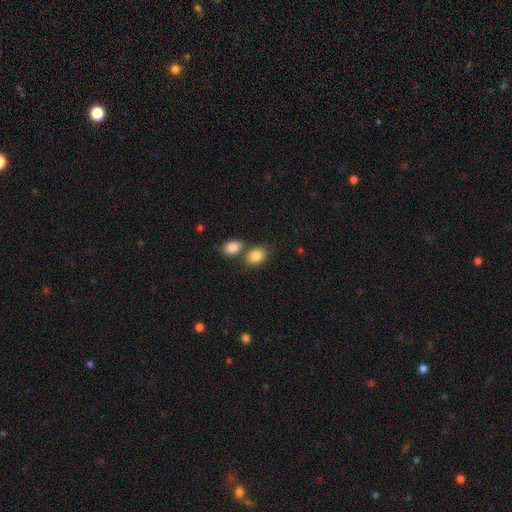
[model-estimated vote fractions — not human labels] smooth_or_featured: smooth (p=0.85) [alt: star or artifact p=0.08]
how_rounded: in between (p=0.72) [alt: round p=0.27]
merging: none (p=0.56) [alt: merger p=0.30]